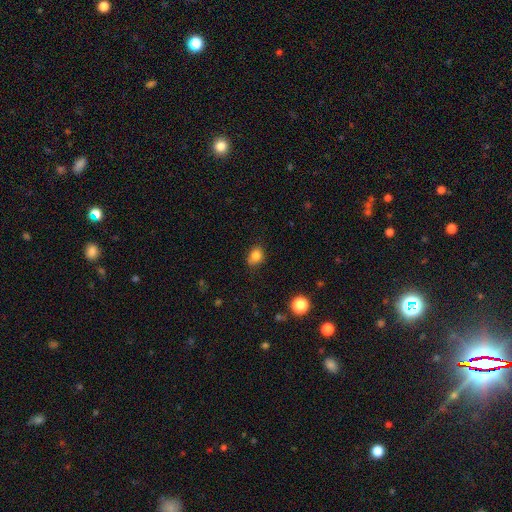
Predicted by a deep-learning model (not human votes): smooth 82%, star or artifact 11%, featured or disk 7%. Down the decision tree: how rounded — in between (54%); merging — none (75%).